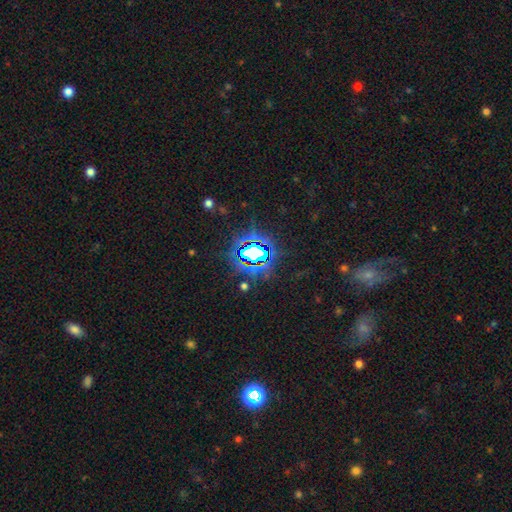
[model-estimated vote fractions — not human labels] star or artifact 78%, smooth 12%, featured or disk 10%.